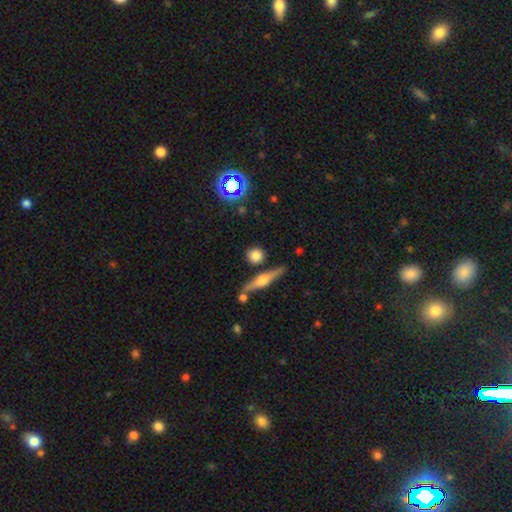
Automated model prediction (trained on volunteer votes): Morphology: type=smooth (70%); roundness=round (79%); merging=none (79%).